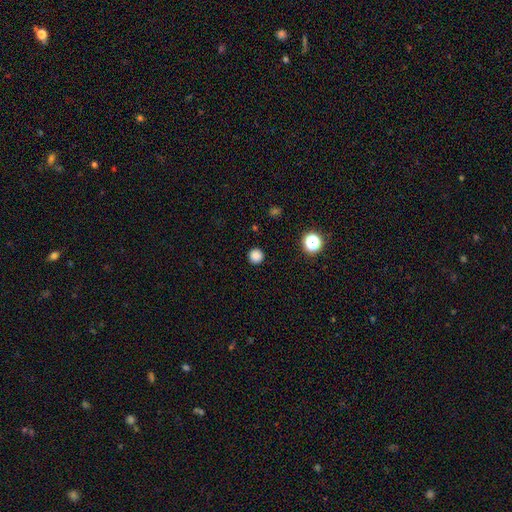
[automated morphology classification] Smooth or featured? Predicted: smooth (p=0.82). How rounded? Predicted: round (p=0.95). Merging? Predicted: none (p=0.91).